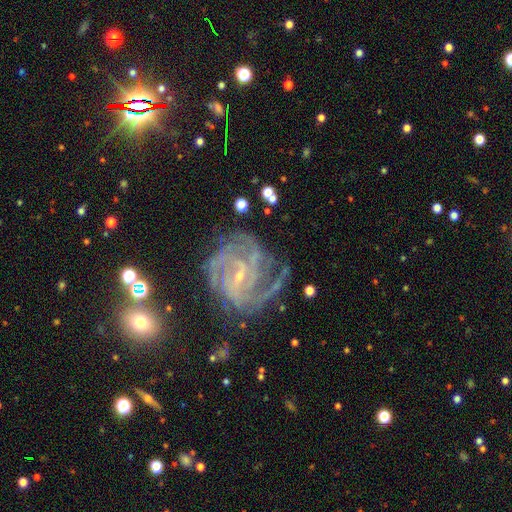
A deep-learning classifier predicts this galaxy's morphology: Smooth or featured: featured or disk — 87% (star or artifact — 8%)
Edge-on disk: no — 98% (yes — 2%)
Bar: weak — 50% (no — 33%)
Spiral arms: yes — 96% (no — 4%)
Spiral winding: tight — 54% (medium — 37%)
Spiral arm count: can't tell — 25% (3 — 22%)
Bulge size: small — 81% (moderate — 12%)
Merging: none — 59% (minor disturbance — 20%)